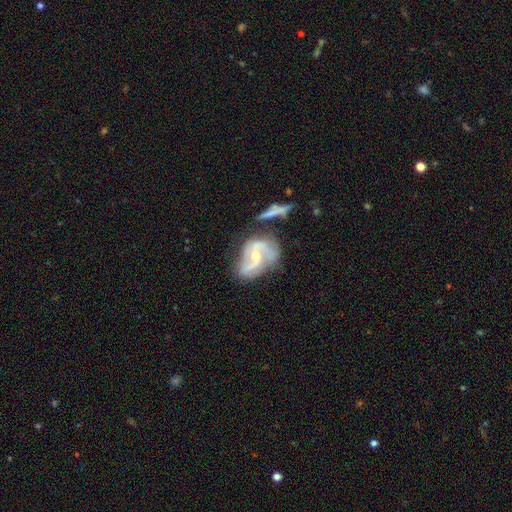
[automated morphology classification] A featured or disk galaxy (83%) with a weak bar (46%), 2 (81%) medium (46%) spiral arms (92%) and a moderate central bulge (50%).

Vote fractions:
- Smooth or featured? featured or disk: 83% / smooth: 11% / star or artifact: 6%
- Edge-on disk? no: 97% / yes: 3%
- Bar? weak: 46% / no: 32% / strong: 22%
- Spiral arms? yes: 92% / no: 8%
- Spiral winding? medium: 46% / loose: 38% / tight: 16%
- Spiral arm count? 2: 81% / can't tell: 8% / 3: 5% / 1: 4% / 4: 1% / more than 4: 1%
- Bulge size? moderate: 50% / small: 44% / none: 3% / large: 2% / dominant: 1%
- Merging? none: 43% / minor disturbance: 22% / merger: 18% / major disturbance: 17%